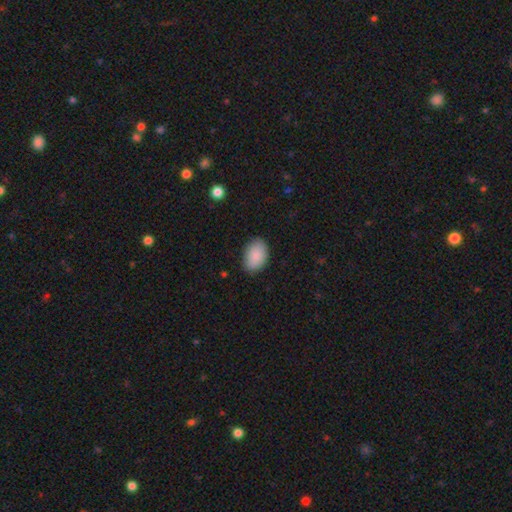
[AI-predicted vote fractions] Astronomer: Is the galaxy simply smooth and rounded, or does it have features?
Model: smooth — 89%.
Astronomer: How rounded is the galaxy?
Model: in between — 88%.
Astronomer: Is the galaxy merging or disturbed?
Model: none — 84%.